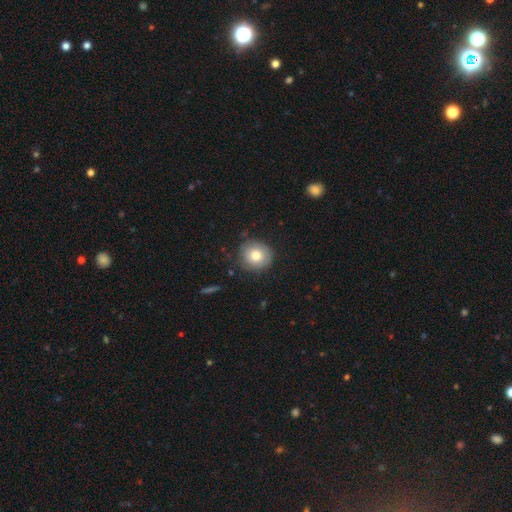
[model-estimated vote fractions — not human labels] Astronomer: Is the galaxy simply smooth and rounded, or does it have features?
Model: smooth — 77%.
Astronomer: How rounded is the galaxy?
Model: round — 90%.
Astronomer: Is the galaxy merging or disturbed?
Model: none — 83%.